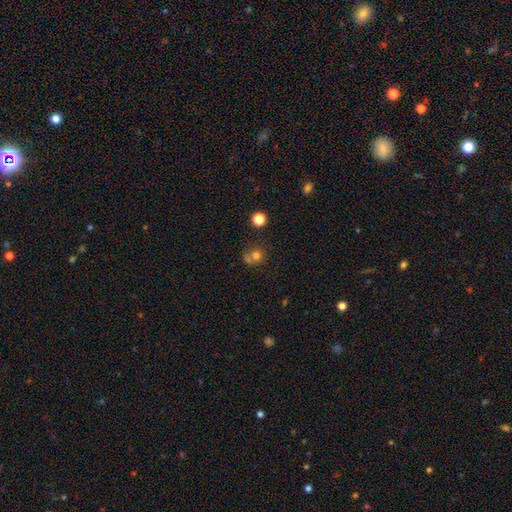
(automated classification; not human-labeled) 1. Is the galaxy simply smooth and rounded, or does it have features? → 71% smooth, 16% star or artifact, 13% featured or disk.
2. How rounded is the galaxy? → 83% round, 16% in between, 1% cigar-shaped.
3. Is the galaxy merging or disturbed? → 47% none, 35% merger, 11% minor disturbance, 7% major disturbance.